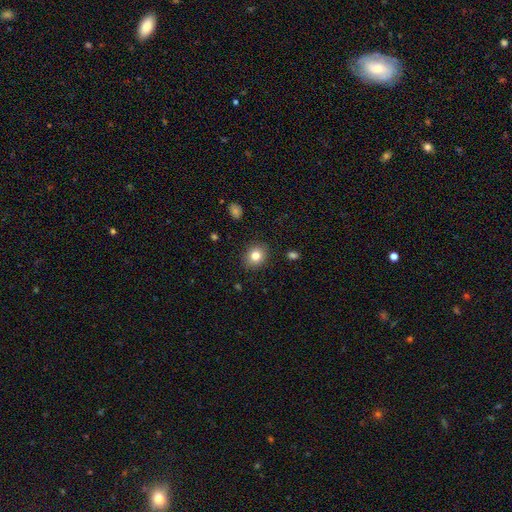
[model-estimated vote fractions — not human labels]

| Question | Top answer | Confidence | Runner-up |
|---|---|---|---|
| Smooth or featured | smooth | 81% | star or artifact (10%) |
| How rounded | round | 57% | in between (42%) |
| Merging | none | 88% | minor disturbance (8%) |